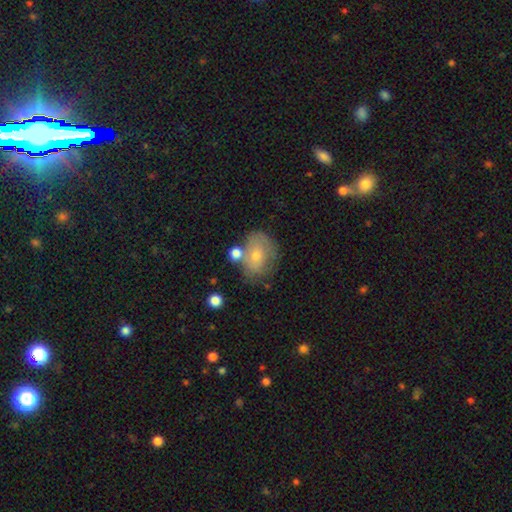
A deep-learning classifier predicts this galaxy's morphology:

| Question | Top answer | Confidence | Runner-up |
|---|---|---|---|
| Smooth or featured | smooth | 60% | featured or disk (31%) |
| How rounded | in between | 59% | round (39%) |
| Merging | none | 55% | minor disturbance (22%) |